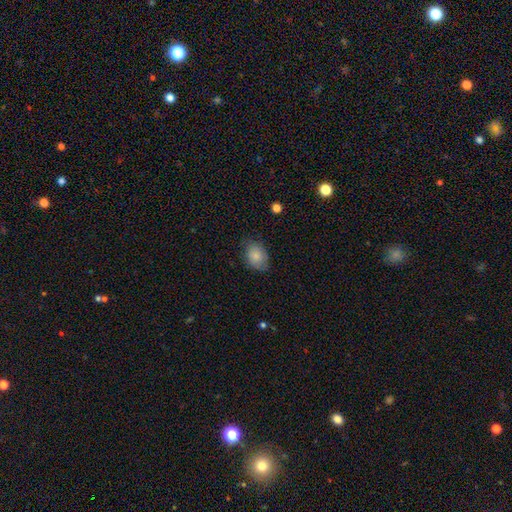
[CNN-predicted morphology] Overall: smooth (77%). How rounded: in between (72%). Merging: none (70%).